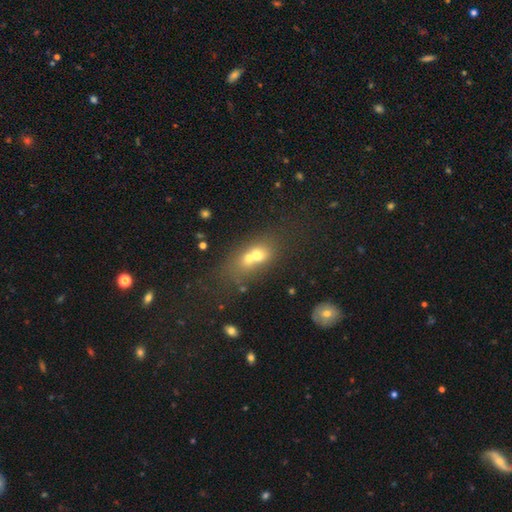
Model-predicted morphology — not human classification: Smooth or featured? smooth (56%)
How rounded? in between (54%)
Merging? merger (62%)